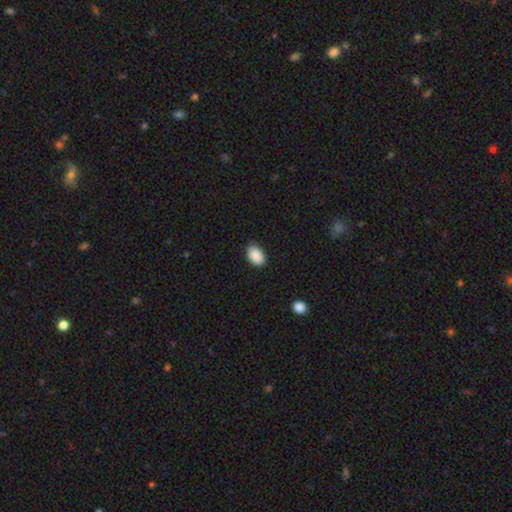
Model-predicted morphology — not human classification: Smooth or featured: smooth — 90% (star or artifact — 7%)
How rounded: in between — 89% (round — 10%)
Merging: none — 83% (minor disturbance — 13%)